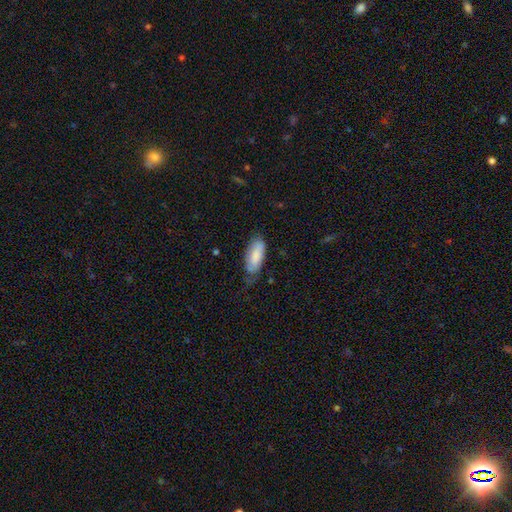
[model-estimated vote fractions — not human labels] smooth-or-featured: smooth: 81% | featured or disk: 13% | star or artifact: 6%
  how-rounded: in between: 83% | cigar-shaped: 15% | round: 2%
  merging: none: 56% | minor disturbance: 32% | major disturbance: 11% | merger: 2%